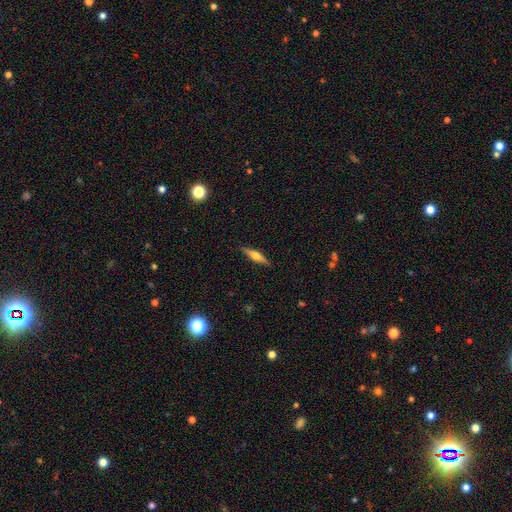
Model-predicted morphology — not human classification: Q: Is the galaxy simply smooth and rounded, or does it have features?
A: featured or disk — 61%.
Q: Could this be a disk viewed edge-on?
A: yes — 97%.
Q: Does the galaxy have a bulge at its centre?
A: rounded — 89%.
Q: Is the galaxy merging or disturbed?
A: none — 90%.